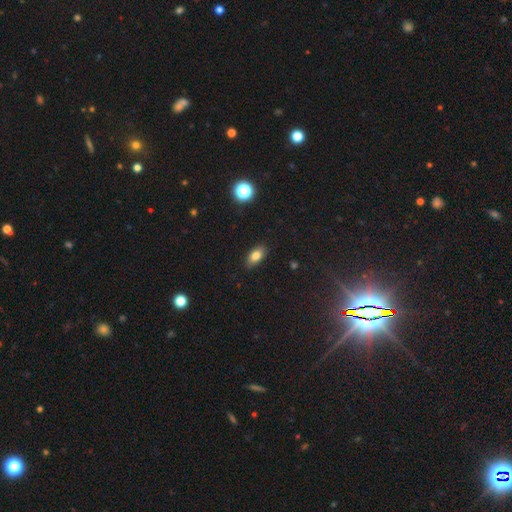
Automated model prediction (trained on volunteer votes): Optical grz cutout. It shows a smooth galaxy with no disk features (79%) that is in between round and cigar-shaped (88%). Merging: none (87%).